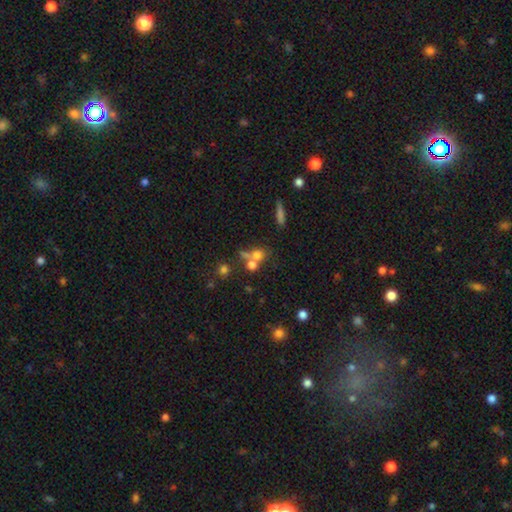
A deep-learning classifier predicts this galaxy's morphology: smooth_or_featured: smooth (p=0.64) [alt: featured or disk p=0.18]
how_rounded: round (p=0.74) [alt: in between p=0.23]
merging: merger (p=0.49) [alt: none p=0.37]